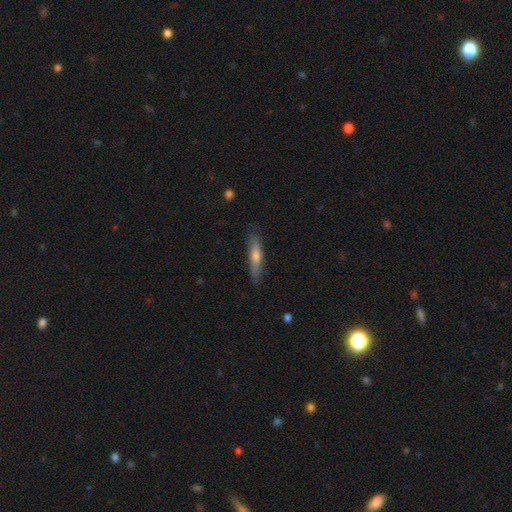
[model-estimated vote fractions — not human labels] Smooth or featured: smooth — 58% (featured or disk — 36%)
How rounded: cigar-shaped — 84% (in between — 15%)
Merging: none — 82% (minor disturbance — 14%)